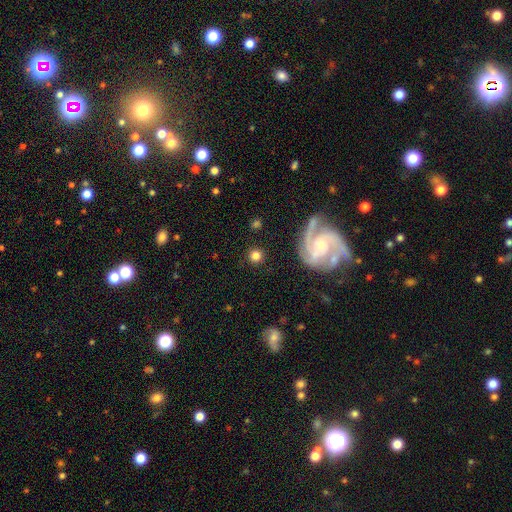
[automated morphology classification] type=smooth (75%); roundness=round (93%); merging=none (88%).